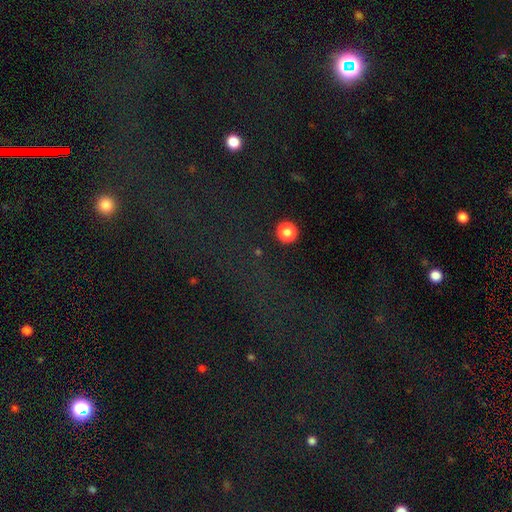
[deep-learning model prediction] This is likely a star or artifact rather than a galaxy (72%).